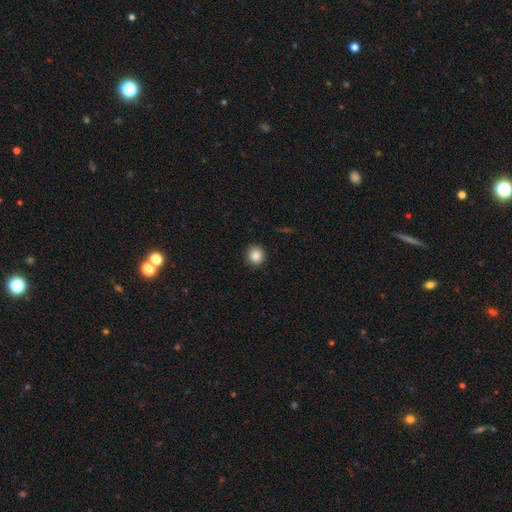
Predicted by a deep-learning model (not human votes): Smooth or featured?
  - smooth: 86% *
  - star or artifact: 10%
  - featured or disk: 5%
How rounded?
  - round: 88% *
  - in between: 11%
  - cigar-shaped: 1%
Merging?
  - none: 90% *
  - minor disturbance: 7%
  - major disturbance: 2%
  - merger: 1%